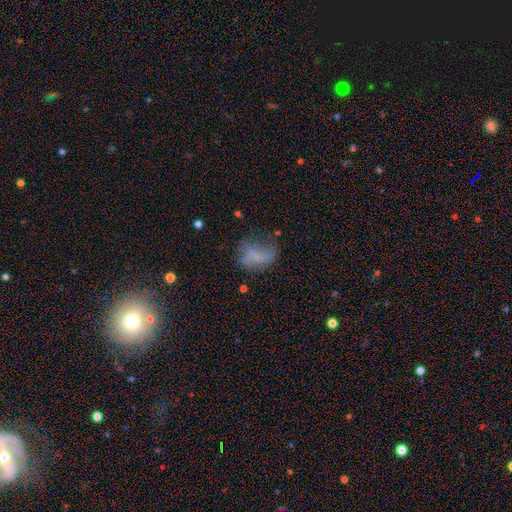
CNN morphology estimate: This appears to be a smooth galaxy with no disk features (47%). Merging: none (41%).